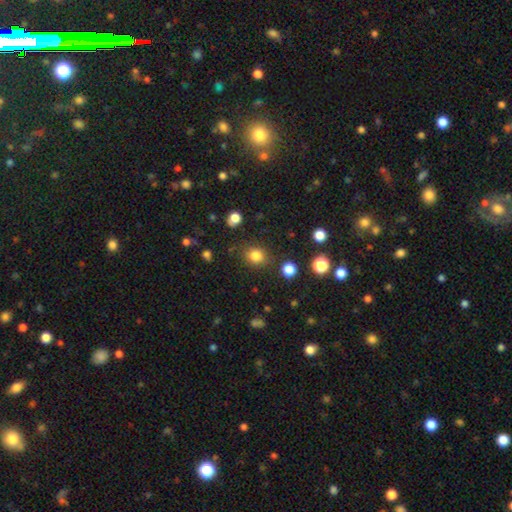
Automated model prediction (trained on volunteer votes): smooth-or-featured: smooth: 82% | star or artifact: 13% | featured or disk: 5%
  how-rounded: round: 73% | in between: 26% | cigar-shaped: 1%
  merging: none: 83% | minor disturbance: 11% | major disturbance: 4% | merger: 3%